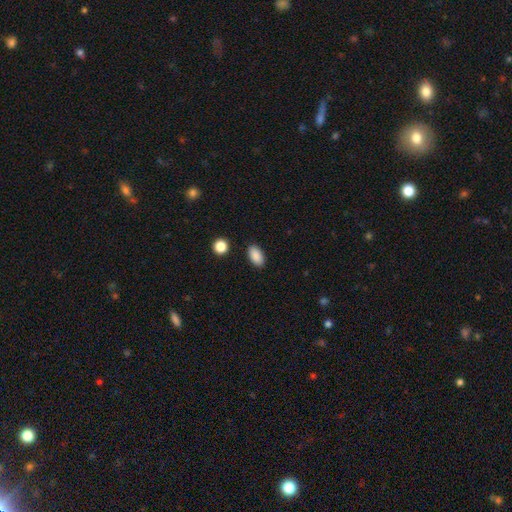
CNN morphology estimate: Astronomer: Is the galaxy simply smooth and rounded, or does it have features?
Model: smooth — 89%.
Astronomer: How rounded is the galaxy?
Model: in between — 92%.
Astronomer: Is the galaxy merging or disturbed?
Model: none — 88%.